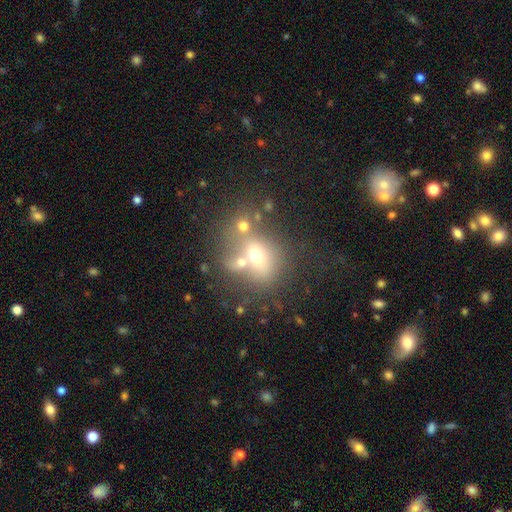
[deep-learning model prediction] Q: Smooth or featured?
A: smooth (60%); runner-up: featured or disk (24%)
Q: How rounded?
A: round (58%); runner-up: in between (41%)
Q: Merging?
A: merger (48%); runner-up: none (33%)